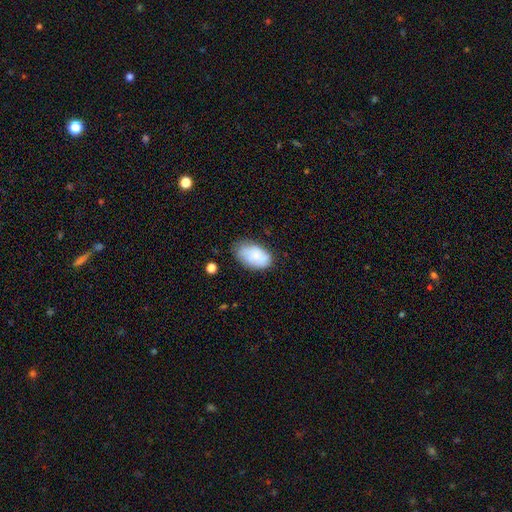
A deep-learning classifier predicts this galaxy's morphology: This appears to be a smooth galaxy with no disk features (78%) that is in between round and cigar-shaped (93%). Merging: none (64%).